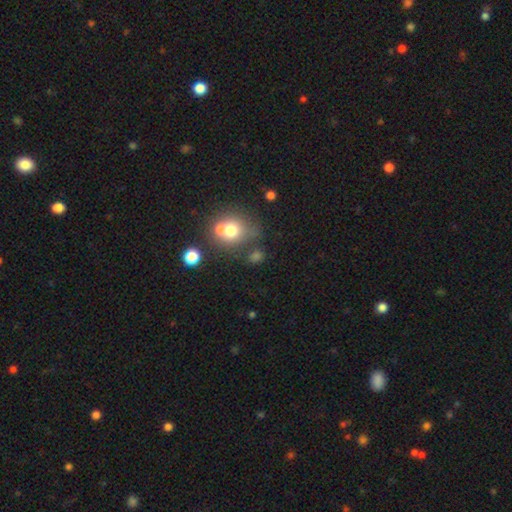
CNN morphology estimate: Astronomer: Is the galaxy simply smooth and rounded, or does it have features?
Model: smooth — 66%.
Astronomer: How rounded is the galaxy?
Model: round — 72%.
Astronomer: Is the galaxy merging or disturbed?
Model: none — 49% (runner-up: merger, 32%).